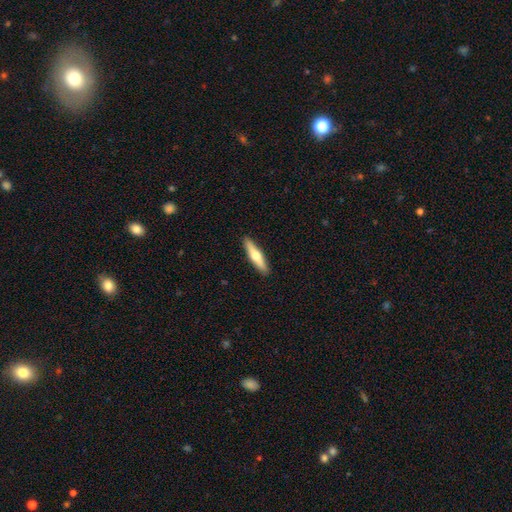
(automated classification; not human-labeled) Smooth or featured: smooth — 52% (featured or disk — 42%)
How rounded: cigar-shaped — 81% (in between — 17%)
Merging: none — 91% (minor disturbance — 7%)